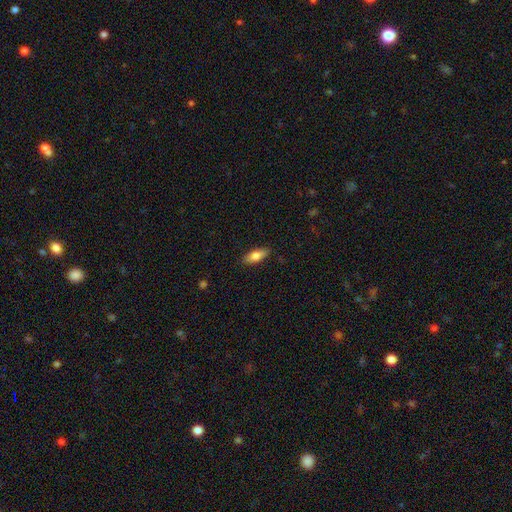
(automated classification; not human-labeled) Smooth or featured?
  - smooth: 77% *
  - featured or disk: 17%
  - star or artifact: 6%
How rounded?
  - in between: 74% *
  - cigar-shaped: 24%
  - round: 2%
Merging?
  - none: 87% *
  - minor disturbance: 10%
  - major disturbance: 2%
  - merger: 1%